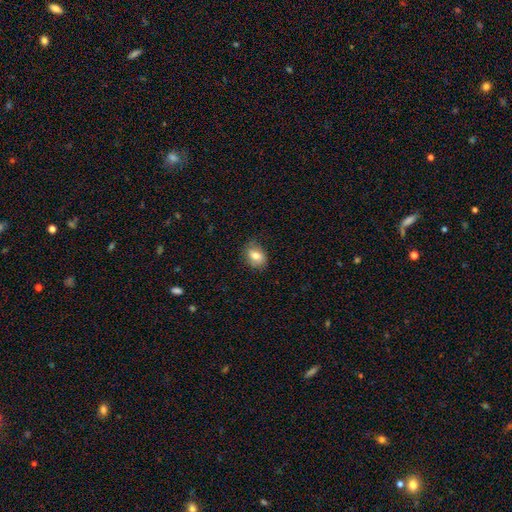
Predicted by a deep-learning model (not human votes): This appears to be a smooth galaxy with no disk features (74%) that is in between round and cigar-shaped (66%). Merging: none (75%).